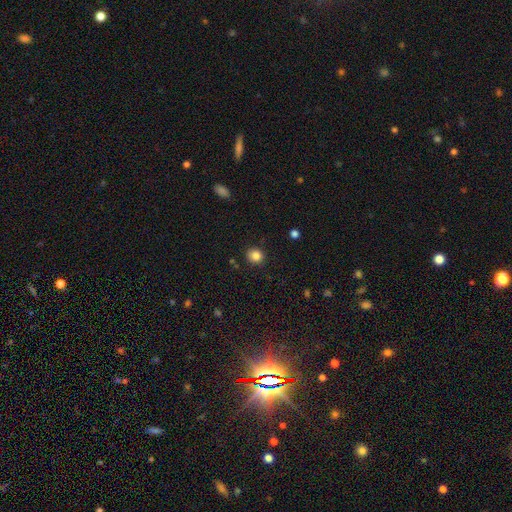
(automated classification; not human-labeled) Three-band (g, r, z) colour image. It shows a smooth galaxy with no disk features (84%) that is round (78%). Merging: none (88%).